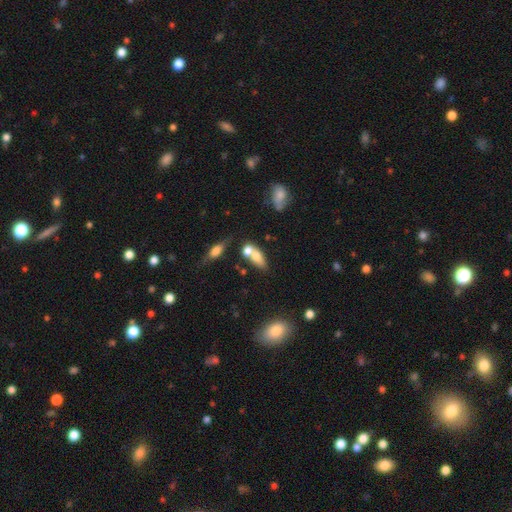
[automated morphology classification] A smooth galaxy with no disk features (69%) that is in between round and cigar-shaped (76%).

Vote fractions:
- Smooth or featured? smooth: 69% / featured or disk: 21% / star or artifact: 11%
- How rounded? in between: 76% / cigar-shaped: 12% / round: 11%
- Merging? merger: 48% / none: 32% / minor disturbance: 13% / major disturbance: 7%